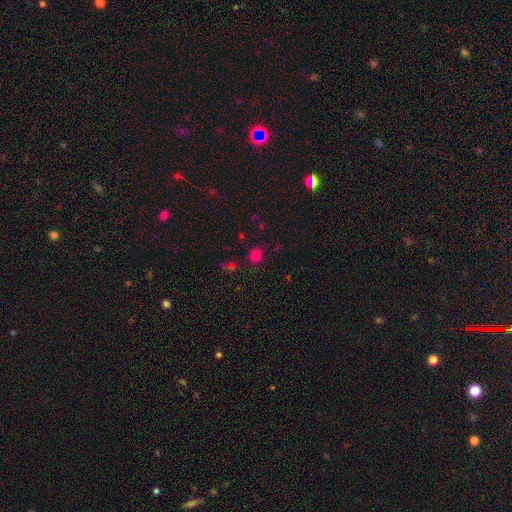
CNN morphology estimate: type=smooth (76%); roundness=round (88%); merging=none (86%).